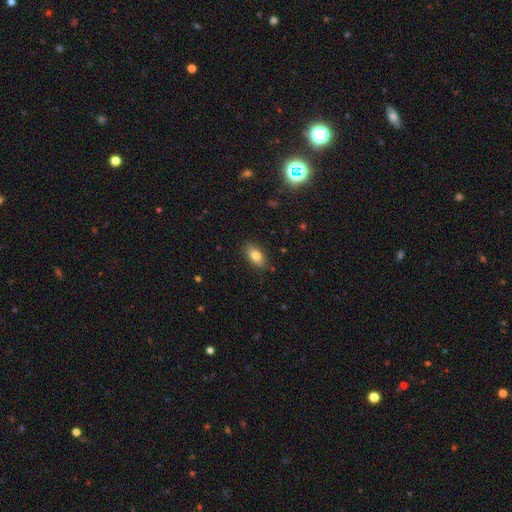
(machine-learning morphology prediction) Q: Smooth or featured?
A: smooth (78%); runner-up: featured or disk (14%)
Q: How rounded?
A: in between (87%); runner-up: cigar-shaped (7%)
Q: Merging?
A: none (86%); runner-up: minor disturbance (11%)